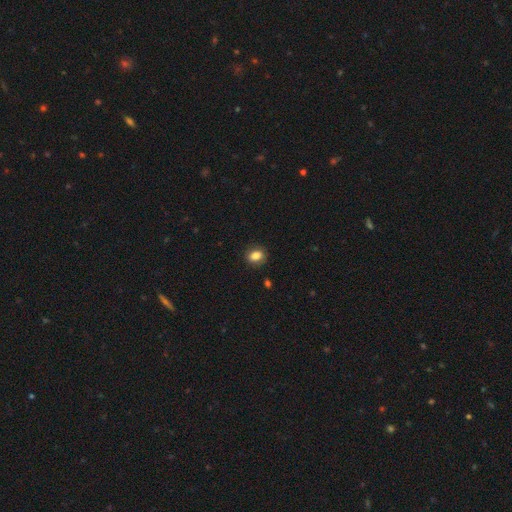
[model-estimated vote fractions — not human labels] smooth_or_featured: smooth (p=0.84) [alt: star or artifact p=0.09]
how_rounded: in between (p=0.62) [alt: round p=0.37]
merging: none (p=0.85) [alt: minor disturbance p=0.11]